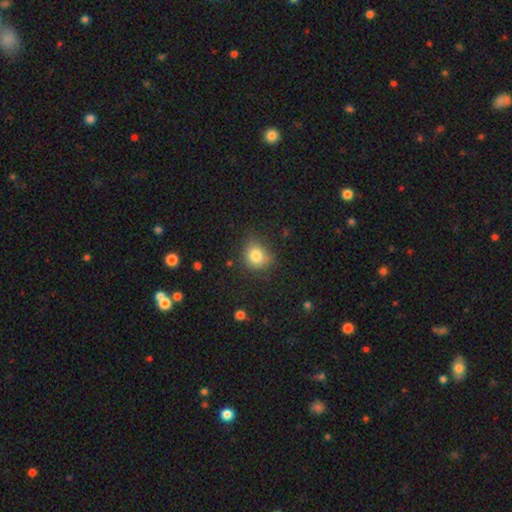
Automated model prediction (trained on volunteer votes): Smooth or featured?
  - smooth: 81% *
  - star or artifact: 11%
  - featured or disk: 8%
How rounded?
  - round: 69% *
  - in between: 30%
  - cigar-shaped: 1%
Merging?
  - none: 65% *
  - minor disturbance: 25%
  - major disturbance: 7%
  - merger: 3%